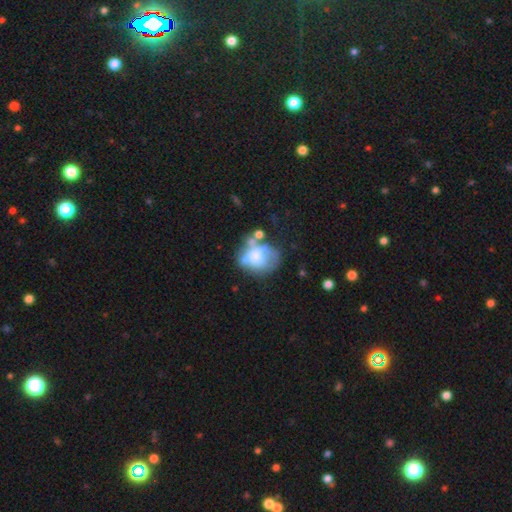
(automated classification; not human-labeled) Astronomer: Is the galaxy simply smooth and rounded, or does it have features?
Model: smooth — 45%, tied with featured or disk at 45%.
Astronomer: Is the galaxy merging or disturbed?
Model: none — 33% (runner-up: merger, 23%).